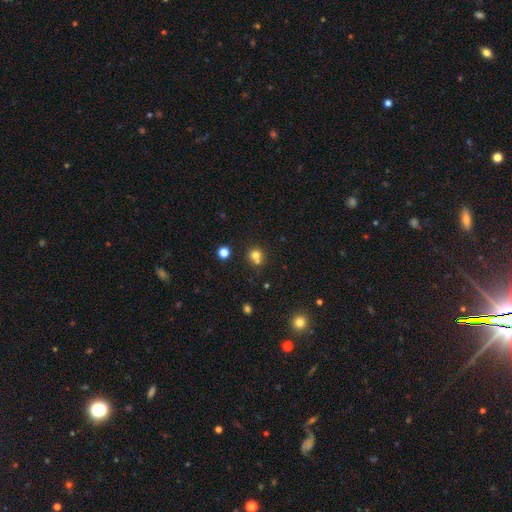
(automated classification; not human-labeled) Smooth or featured: smooth — 75% (star or artifact — 15%)
How rounded: round — 88% (in between — 11%)
Merging: none — 57% (merger — 31%)